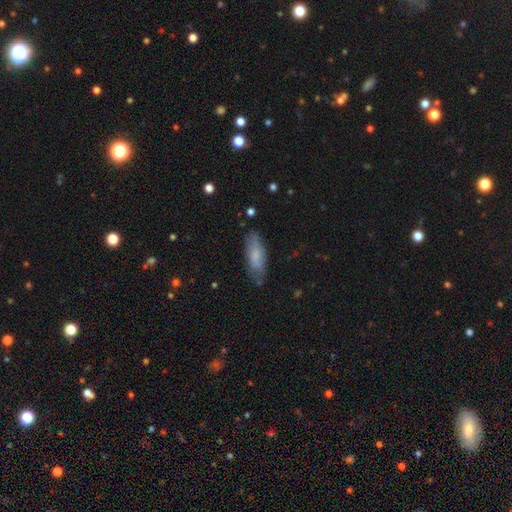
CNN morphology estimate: Smooth or featured: smooth — 71% (featured or disk — 23%)
How rounded: in between — 63% (cigar-shaped — 35%)
Merging: none — 76% (minor disturbance — 19%)